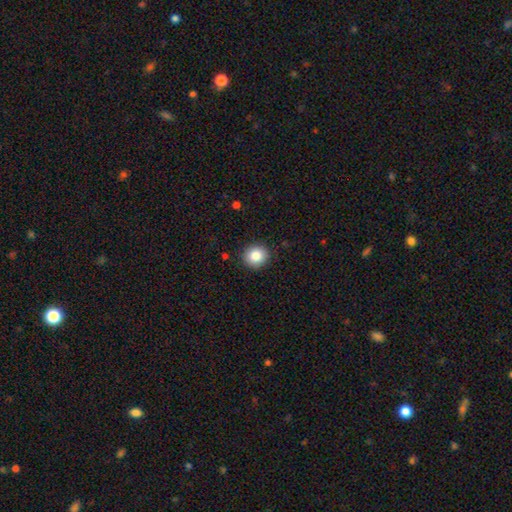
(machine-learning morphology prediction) Smooth or featured? Predicted: smooth (p=0.85). How rounded? Predicted: round (p=0.87). Merging? Predicted: none (p=0.89).